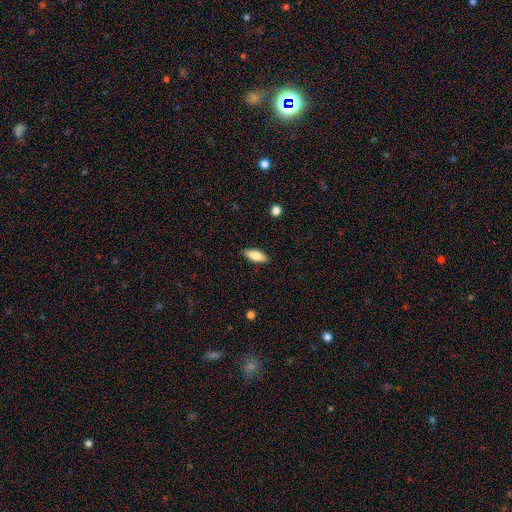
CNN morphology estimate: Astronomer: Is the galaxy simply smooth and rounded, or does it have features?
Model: smooth — 82%.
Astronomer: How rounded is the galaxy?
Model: in between — 74%.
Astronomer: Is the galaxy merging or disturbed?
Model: none — 88%.